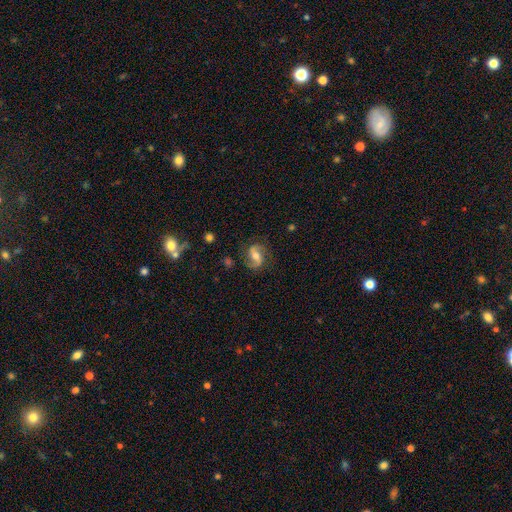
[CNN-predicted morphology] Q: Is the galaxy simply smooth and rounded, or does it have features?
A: featured or disk — 81%.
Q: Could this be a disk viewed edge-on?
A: no — 97%.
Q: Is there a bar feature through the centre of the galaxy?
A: weak — 40%.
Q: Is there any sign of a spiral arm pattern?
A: yes — 95%.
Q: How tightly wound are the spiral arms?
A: medium — 46%.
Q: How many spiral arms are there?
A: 2 — 91%.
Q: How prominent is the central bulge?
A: moderate — 62%.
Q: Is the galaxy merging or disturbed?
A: none — 77%.